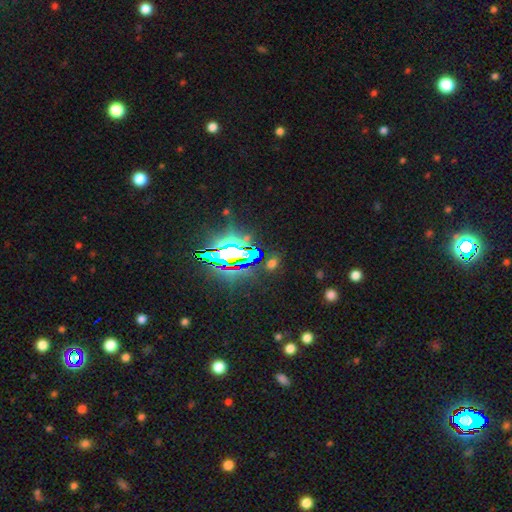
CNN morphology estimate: Smooth or featured? Predicted: star or artifact (p=0.70).